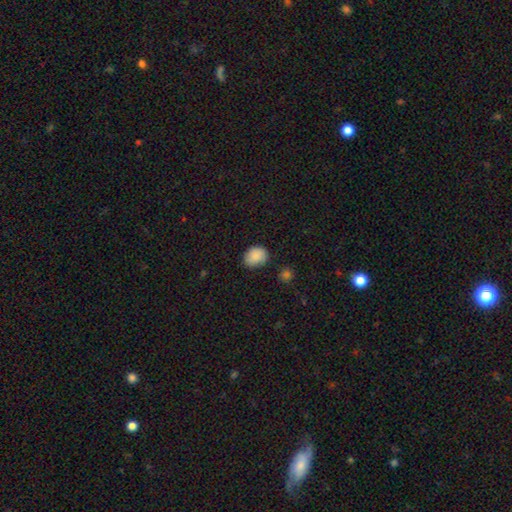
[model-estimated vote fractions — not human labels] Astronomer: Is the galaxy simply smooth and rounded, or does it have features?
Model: smooth — 87%.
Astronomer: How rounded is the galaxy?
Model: in between — 52% (runner-up: round, 47%).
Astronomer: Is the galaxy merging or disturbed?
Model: none — 71%.